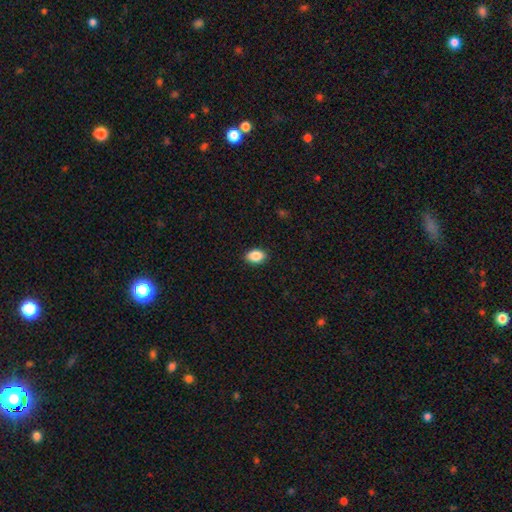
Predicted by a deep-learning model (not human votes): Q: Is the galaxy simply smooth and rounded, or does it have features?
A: smooth — 88%.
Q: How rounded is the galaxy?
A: in between — 87%.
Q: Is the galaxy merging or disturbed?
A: none — 90%.